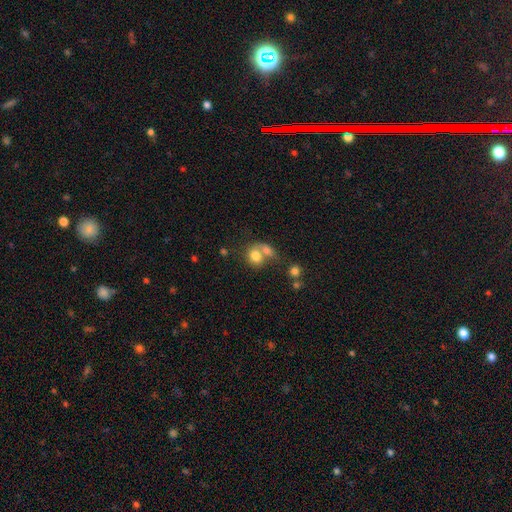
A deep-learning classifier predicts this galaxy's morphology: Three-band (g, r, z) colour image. It shows a smooth galaxy with no disk features (75%) that is round (55%). Merging: merger (60%).